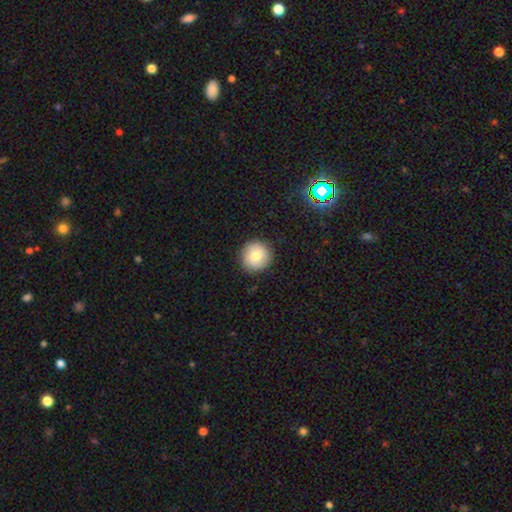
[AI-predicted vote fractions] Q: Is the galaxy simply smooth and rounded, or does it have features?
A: smooth — 79%.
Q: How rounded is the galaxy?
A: round — 94%.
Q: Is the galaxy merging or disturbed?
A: none — 90%.